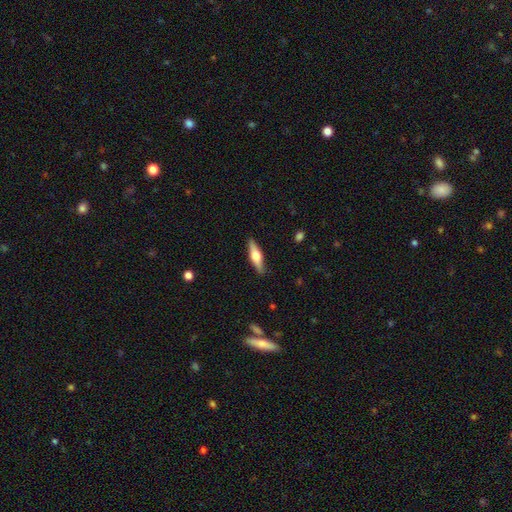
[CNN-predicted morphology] The model was most divided on "smooth or featured": featured or disk: 54%, smooth: 41%, star or artifact: 6%. More confident: edge-on disk — yes (95%); edge-on bulge — rounded (92%); merging — none (89%).